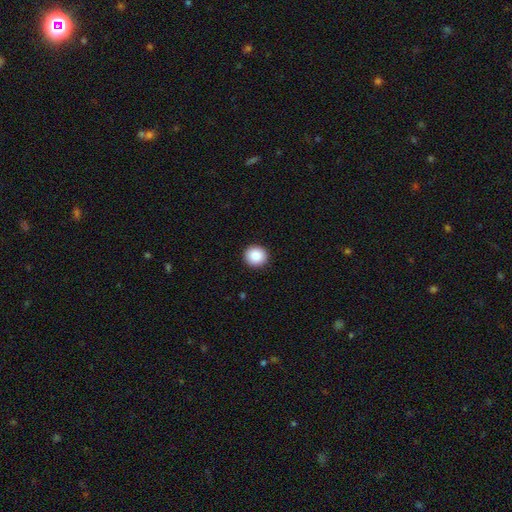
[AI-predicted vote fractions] smooth 89%, star or artifact 8%, featured or disk 3%. Down the decision tree: how rounded — round (92%); merging — none (93%).